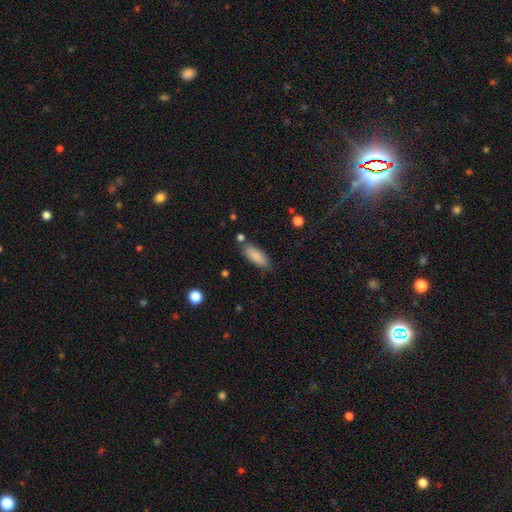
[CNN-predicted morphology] A smooth galaxy with no disk features (86%) that is in between round and cigar-shaped (71%).

Vote fractions:
- Smooth or featured? smooth: 86% / featured or disk: 7% / star or artifact: 7%
- How rounded? in between: 71% / cigar-shaped: 27% / round: 2%
- Merging? none: 79% / minor disturbance: 13% / merger: 5% / major disturbance: 3%